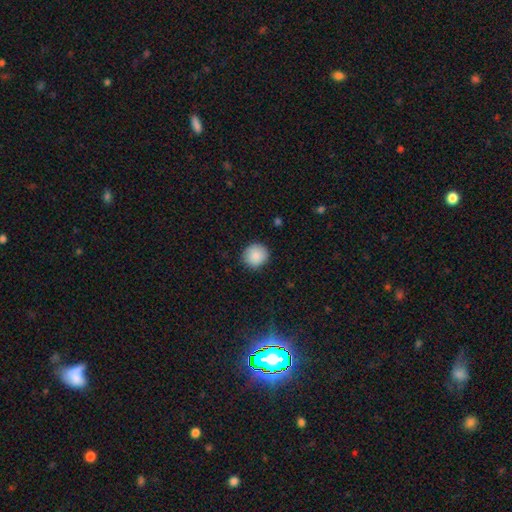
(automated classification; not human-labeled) Q: Smooth or featured?
A: smooth (88%); runner-up: star or artifact (8%)
Q: How rounded?
A: round (92%); runner-up: in between (7%)
Q: Merging?
A: none (89%); runner-up: minor disturbance (8%)